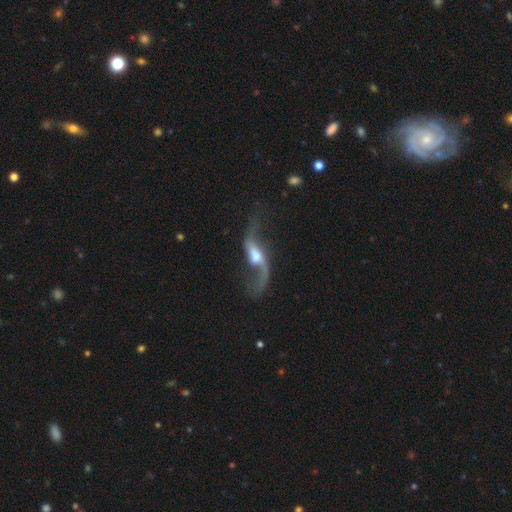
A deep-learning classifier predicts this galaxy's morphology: type=featured or disk (84%); edge-on=no (90%); bar=no (38%); spiral arms=yes (93%); winding=loose (92%); arm count=2 (87%); bulge=moderate (48%); merging=none (53%).